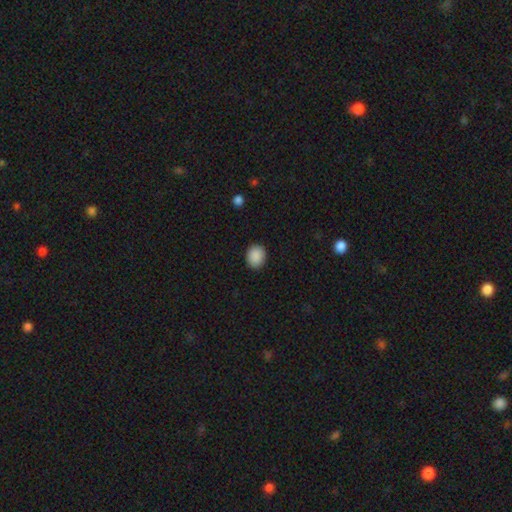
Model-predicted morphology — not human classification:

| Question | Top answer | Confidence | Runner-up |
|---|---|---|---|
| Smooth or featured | smooth | 90% | star or artifact (8%) |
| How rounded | round | 65% | in between (34%) |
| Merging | none | 90% | minor disturbance (7%) |